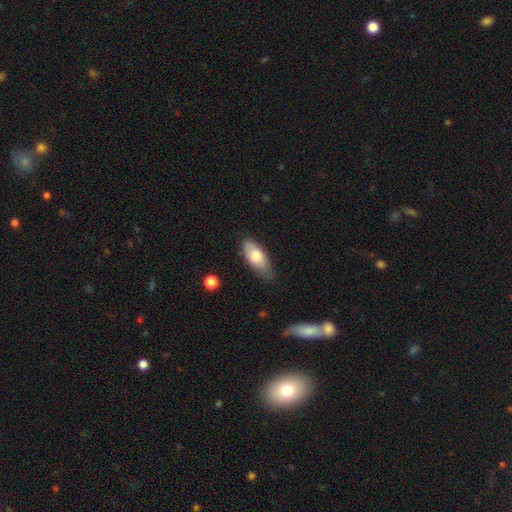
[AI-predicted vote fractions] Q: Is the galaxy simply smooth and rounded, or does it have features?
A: smooth — 74%.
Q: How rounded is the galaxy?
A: in between — 84%.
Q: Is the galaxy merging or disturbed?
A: none — 66%.